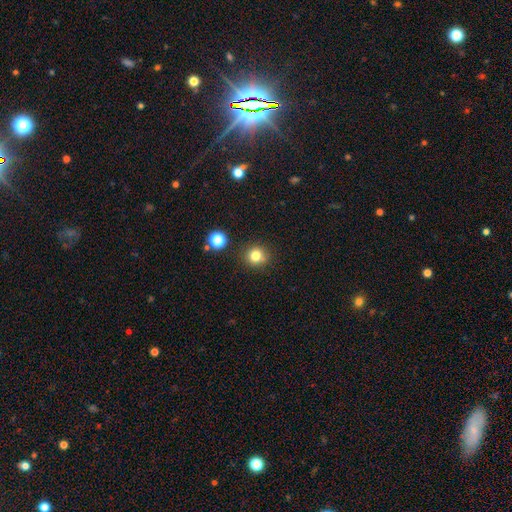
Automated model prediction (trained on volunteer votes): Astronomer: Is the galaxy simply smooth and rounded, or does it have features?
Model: smooth — 80%.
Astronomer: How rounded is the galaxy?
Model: round — 89%.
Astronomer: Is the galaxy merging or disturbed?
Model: none — 85%.